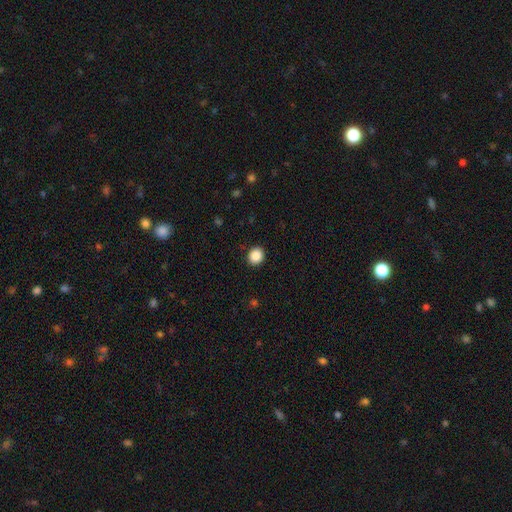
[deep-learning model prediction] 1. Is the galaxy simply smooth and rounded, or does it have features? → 88% smooth, 9% star or artifact, 3% featured or disk.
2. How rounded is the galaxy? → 75% round, 24% in between, 1% cigar-shaped.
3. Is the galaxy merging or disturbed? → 91% none, 6% minor disturbance, 2% major disturbance, 1% merger.